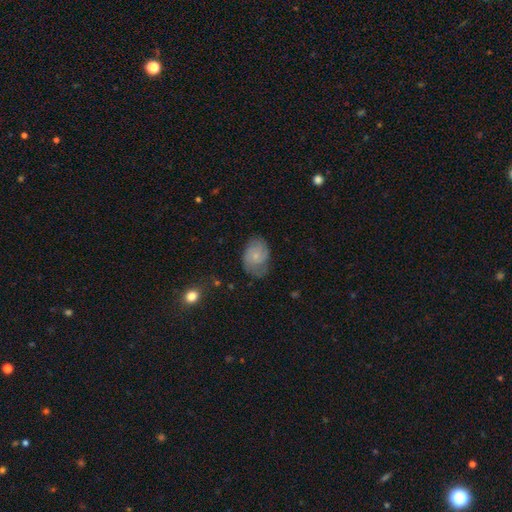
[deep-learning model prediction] Smooth or featured?
  - smooth: 54% *
  - featured or disk: 38%
  - star or artifact: 8%
How rounded?
  - in between: 75% *
  - round: 23%
  - cigar-shaped: 1%
Merging?
  - none: 55% *
  - minor disturbance: 31%
  - major disturbance: 13%
  - merger: 2%